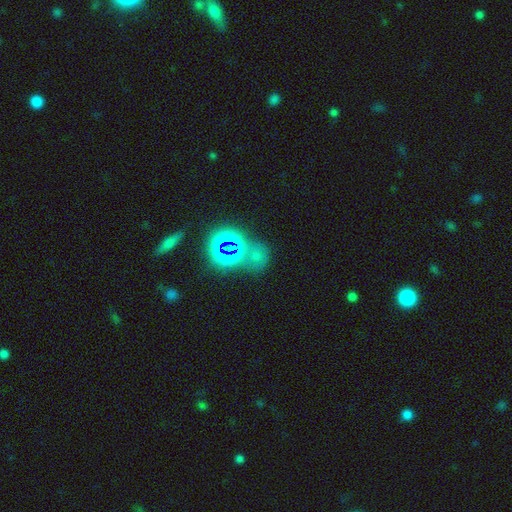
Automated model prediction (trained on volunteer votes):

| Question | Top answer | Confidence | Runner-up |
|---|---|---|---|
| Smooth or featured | star or artifact | 49% | smooth (41%) |